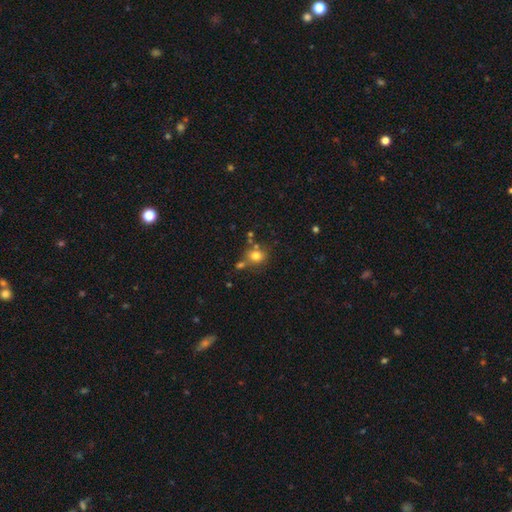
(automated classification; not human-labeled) This appears to be a smooth galaxy with no disk features (77%) that is round (72%). Merging: none (58%).